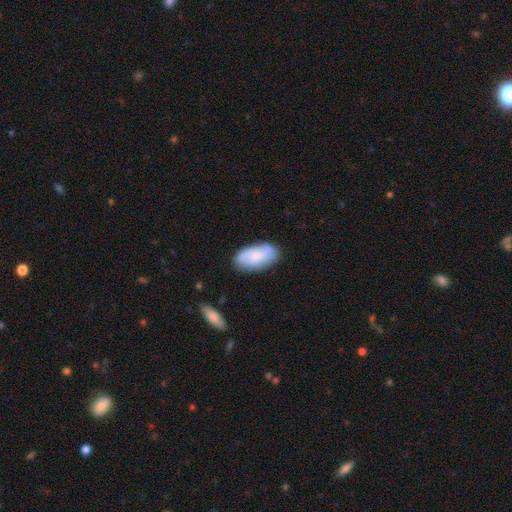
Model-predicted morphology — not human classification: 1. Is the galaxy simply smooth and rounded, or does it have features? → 60% smooth, 34% featured or disk, 6% star or artifact.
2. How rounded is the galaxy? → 92% in between, 5% cigar-shaped, 3% round.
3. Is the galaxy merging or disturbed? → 72% none, 19% minor disturbance, 5% merger, 5% major disturbance.